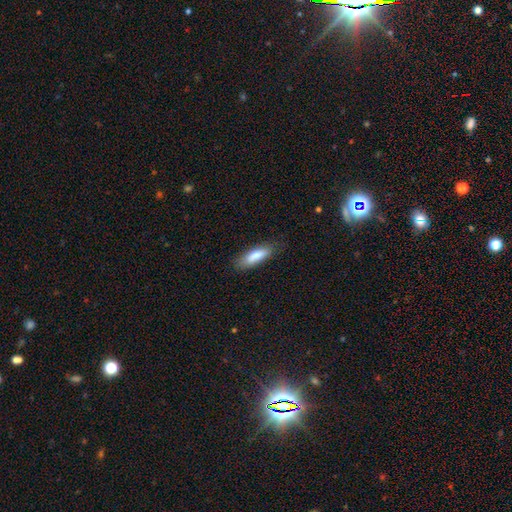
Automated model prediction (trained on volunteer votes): Smooth or featured? smooth (83%)
How rounded? cigar-shaped (51%)
Merging? none (79%)